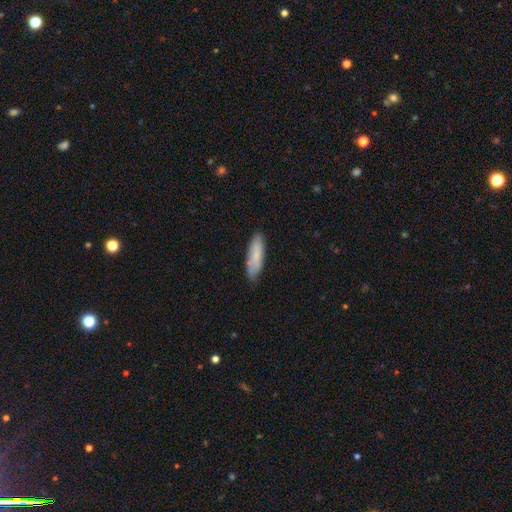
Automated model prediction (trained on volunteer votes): Q: Smooth or featured?
A: smooth (76%); runner-up: featured or disk (19%)
Q: How rounded?
A: cigar-shaped (58%); runner-up: in between (41%)
Q: Merging?
A: none (80%); runner-up: minor disturbance (16%)